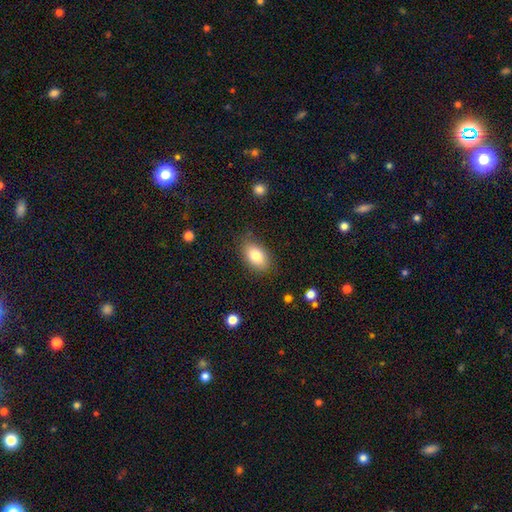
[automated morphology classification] Overall: smooth (81%). How rounded: in between (89%). Merging: none (78%).